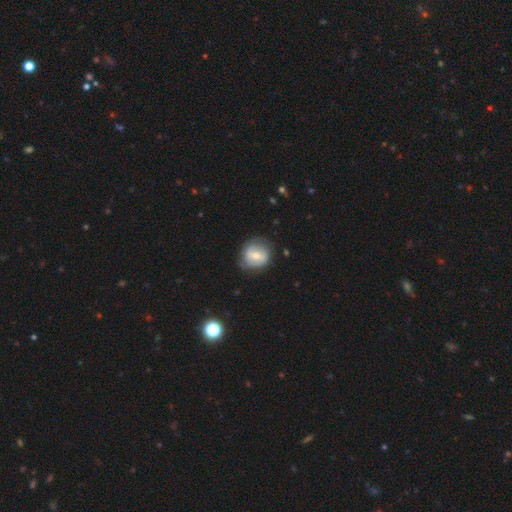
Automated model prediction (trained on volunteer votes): Morphology: type=featured or disk (51%); edge-on=no (96%); merging=none (74%).